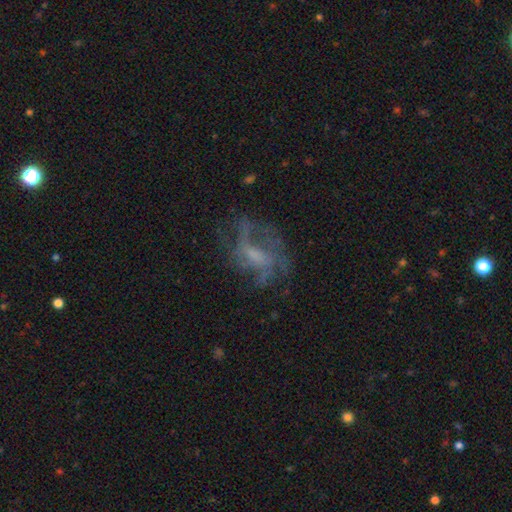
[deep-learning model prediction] A featured or disk galaxy (71%) with a weak bar (44%, tied with no), spiral arms (74%) and a small central bulge (39%). Merging: none (52%).